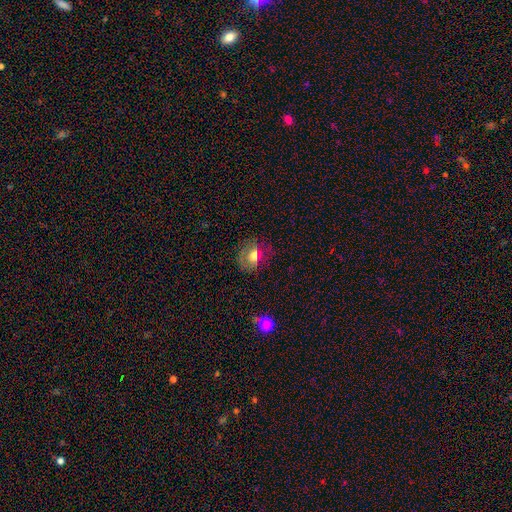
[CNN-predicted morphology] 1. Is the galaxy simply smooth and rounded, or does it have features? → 61% smooth, 26% featured or disk, 12% star or artifact.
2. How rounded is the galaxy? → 60% round, 38% in between, 1% cigar-shaped.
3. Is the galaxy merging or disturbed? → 68% none, 20% minor disturbance, 10% major disturbance, 2% merger.